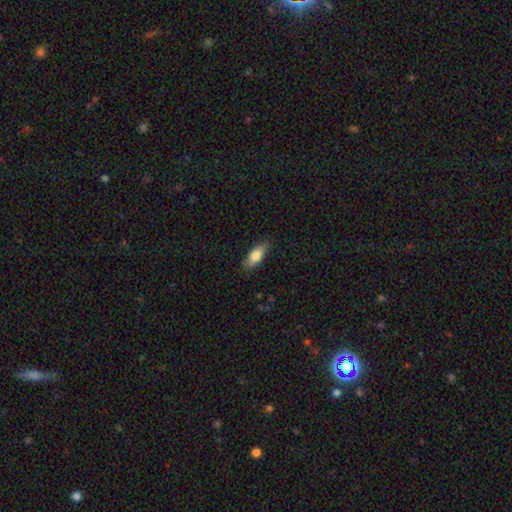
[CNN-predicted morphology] A smooth galaxy with no disk features (77%) that is in between round and cigar-shaped (70%).

Vote fractions:
- Smooth or featured? smooth: 77% / featured or disk: 17% / star or artifact: 6%
- How rounded? in between: 70% / cigar-shaped: 27% / round: 3%
- Merging? none: 84% / minor disturbance: 13% / major disturbance: 3% / merger: 1%